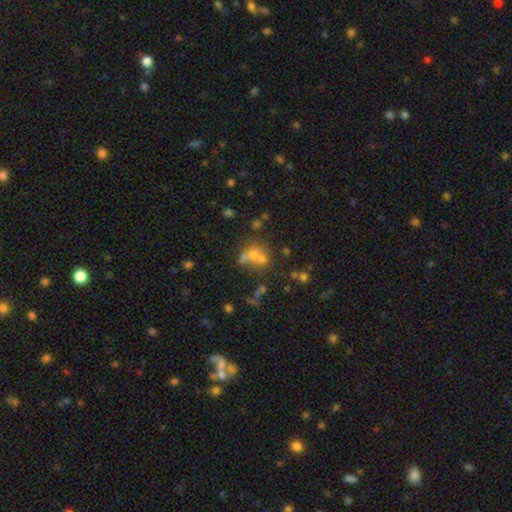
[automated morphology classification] smooth-or-featured: smooth: 53% | featured or disk: 26% | star or artifact: 22%
  how-rounded: round: 61% | in between: 37% | cigar-shaped: 2%
  merging: merger: 47% | none: 34% | minor disturbance: 10% | major disturbance: 9%